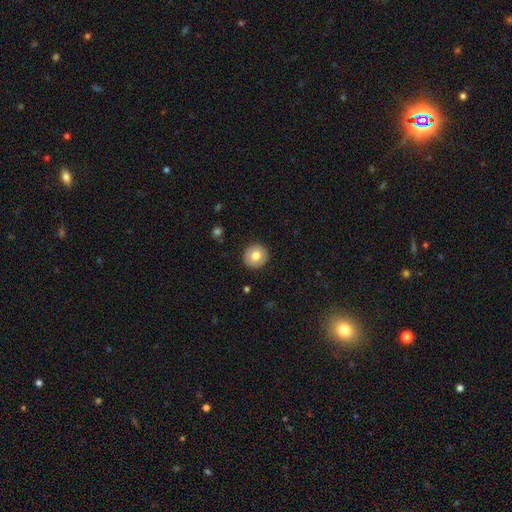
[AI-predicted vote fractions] smooth 75%, featured or disk 17%, star or artifact 8%. Down the decision tree: how rounded — round (93%); merging — none (92%).